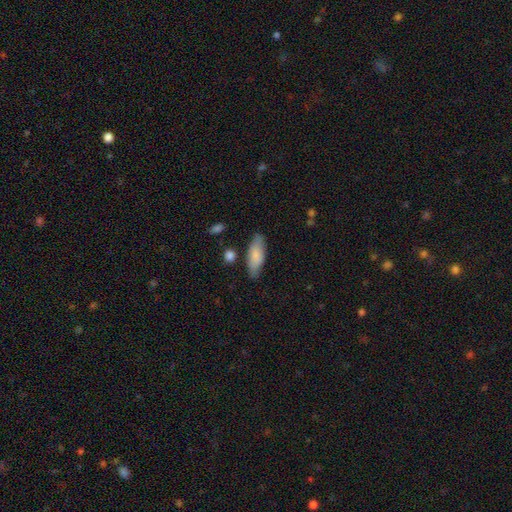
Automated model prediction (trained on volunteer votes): Smooth or featured?
  - smooth: 80% *
  - featured or disk: 14%
  - star or artifact: 6%
How rounded?
  - in between: 73% *
  - cigar-shaped: 25%
  - round: 2%
Merging?
  - none: 77% *
  - minor disturbance: 16%
  - major disturbance: 3%
  - merger: 3%